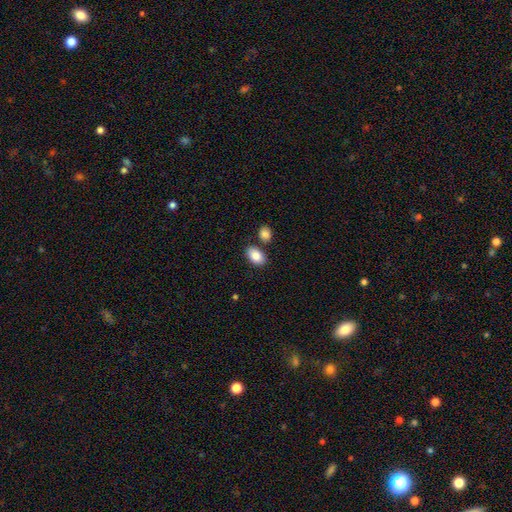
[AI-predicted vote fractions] The model was most divided on "merging": none: 77%, minor disturbance: 10%, merger: 10%, major disturbance: 3%. More confident: how rounded — in between (88%); smooth or featured — smooth (86%).